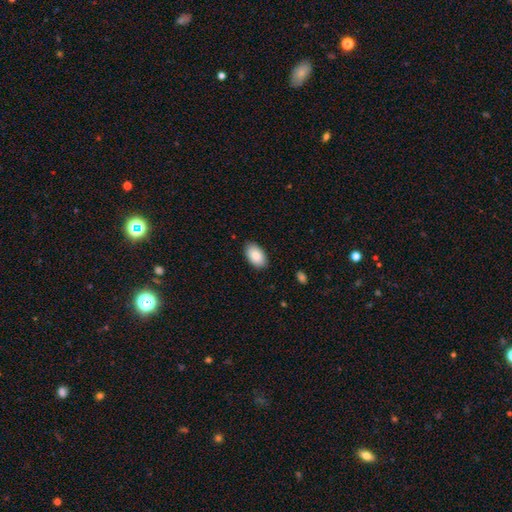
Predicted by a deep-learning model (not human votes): A smooth galaxy with no disk features (86%) that is in between round and cigar-shaped (94%). Merging: none (87%).